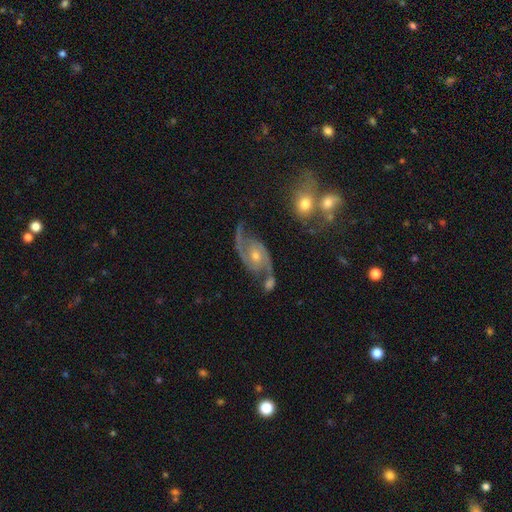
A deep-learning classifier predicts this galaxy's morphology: Smooth or featured: featured or disk — 90% (star or artifact — 5%)
Edge-on disk: no — 97% (yes — 3%)
Bar: no — 64% (weak — 29%)
Spiral arms: yes — 98% (no — 2%)
Spiral winding: medium — 53% (loose — 27%)
Spiral arm count: 2 — 92% (can't tell — 2%)
Bulge size: moderate — 56% (small — 39%)
Merging: none — 61% (minor disturbance — 18%)